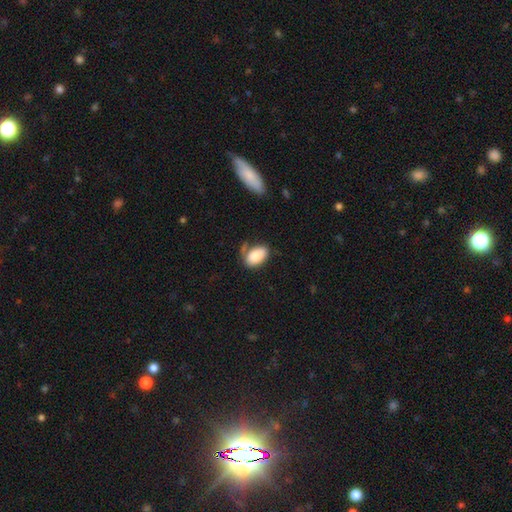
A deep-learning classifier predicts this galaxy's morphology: A smooth galaxy with no disk features (86%) that is in between round and cigar-shaped (92%).

Vote fractions:
- Smooth or featured? smooth: 86% / featured or disk: 7% / star or artifact: 7%
- How rounded? in between: 92% / round: 6% / cigar-shaped: 1%
- Merging? none: 57% / minor disturbance: 24% / merger: 11% / major disturbance: 9%